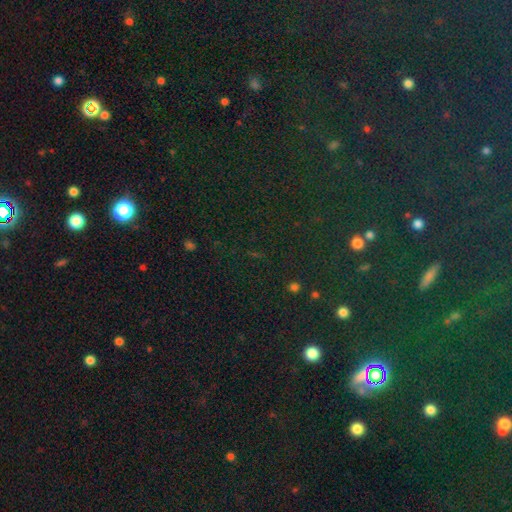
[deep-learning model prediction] Morphology: type=star or artifact (75%).